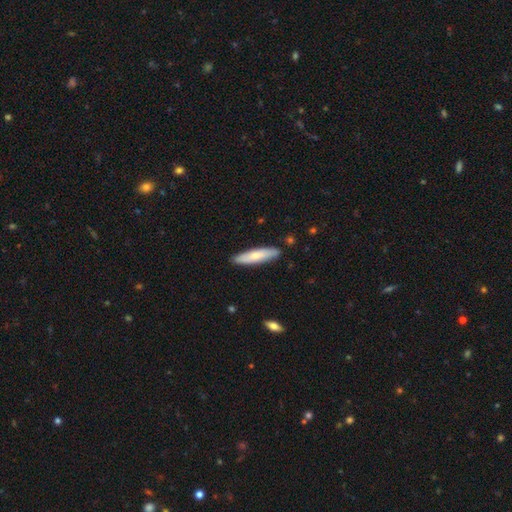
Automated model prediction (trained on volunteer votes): Morphology: type=smooth (67%); roundness=cigar-shaped (78%); merging=none (89%).